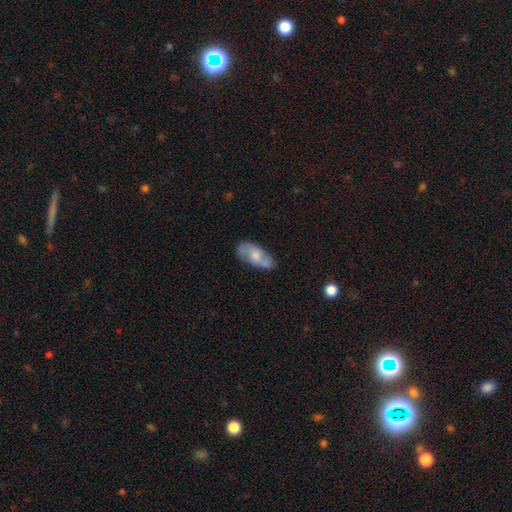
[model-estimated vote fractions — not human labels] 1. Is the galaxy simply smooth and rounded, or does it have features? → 59% smooth, 35% featured or disk, 6% star or artifact.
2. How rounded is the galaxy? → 86% in between, 11% cigar-shaped, 3% round.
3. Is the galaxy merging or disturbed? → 63% none, 23% minor disturbance, 8% merger, 6% major disturbance.